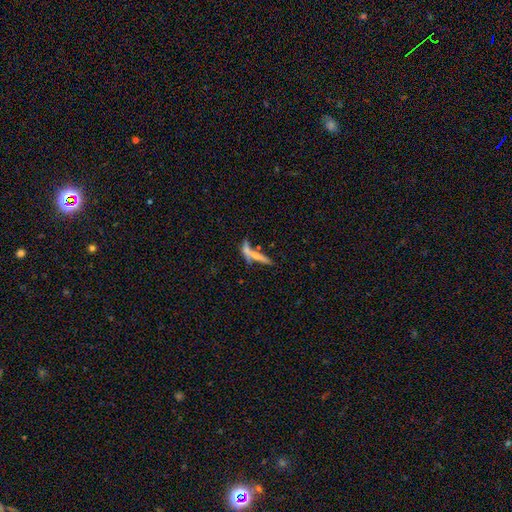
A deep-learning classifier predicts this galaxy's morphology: Overall: smooth (50%; featured or disk 40%). Merging: none (42%; merger 38%).